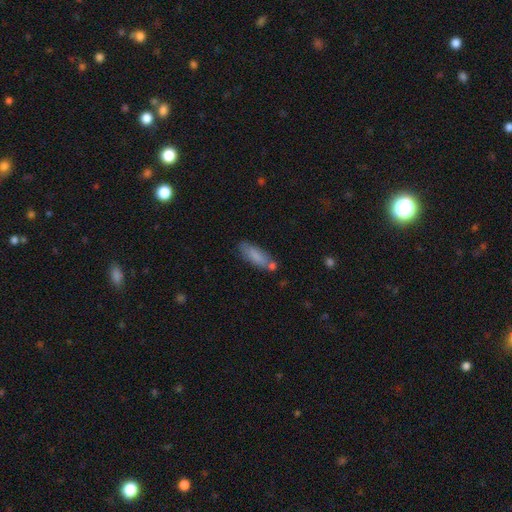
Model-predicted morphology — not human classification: This is clearly a smooth galaxy (82%). How rounded: likely in between (64%). Merging: likely none (65%).